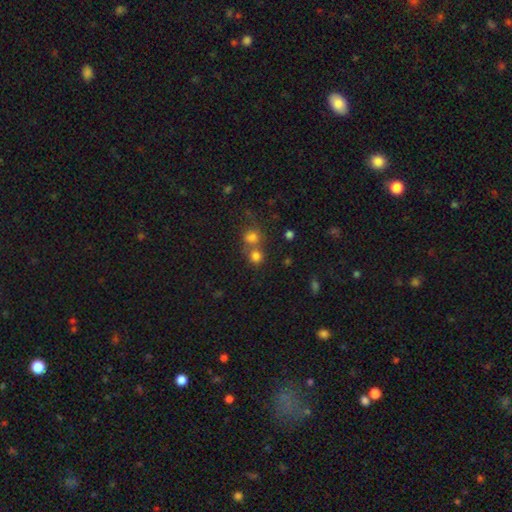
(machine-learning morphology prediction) smooth 77%, star or artifact 16%, featured or disk 8%. Down the decision tree: how rounded — round (86%); merging — none (51%).